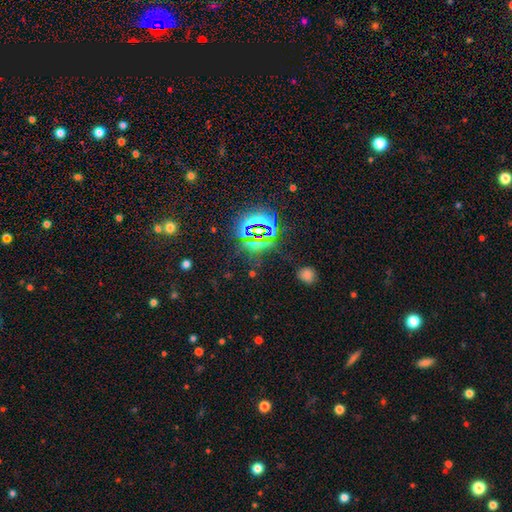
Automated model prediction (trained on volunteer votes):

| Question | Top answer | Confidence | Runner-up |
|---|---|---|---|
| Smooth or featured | star or artifact | 81% | smooth (11%) |